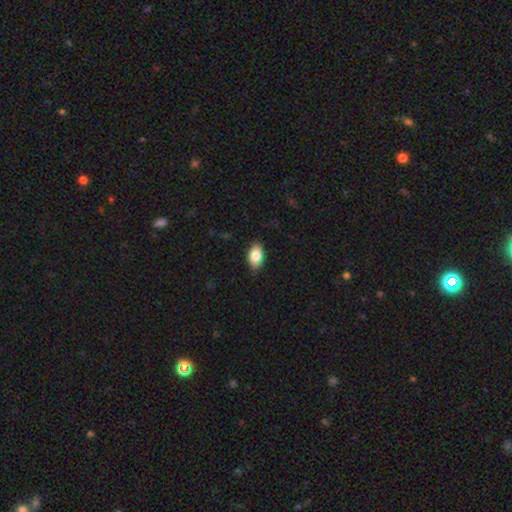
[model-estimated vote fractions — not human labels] A smooth galaxy with no disk features (83%) that is in between round and cigar-shaped (91%).

Vote fractions:
- Smooth or featured? smooth: 83% / featured or disk: 10% / star or artifact: 7%
- How rounded? in between: 91% / round: 7% / cigar-shaped: 2%
- Merging? none: 84% / minor disturbance: 13% / major disturbance: 2% / merger: 1%